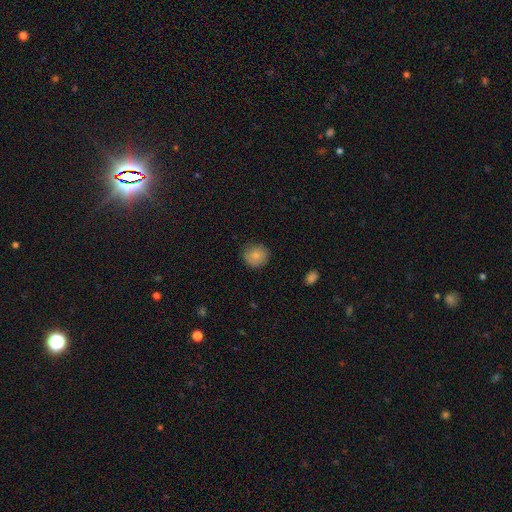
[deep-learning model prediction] The model was most divided on "smooth or featured": smooth: 81%, featured or disk: 11%, star or artifact: 8%. More confident: how rounded — round (88%); merging — none (84%).